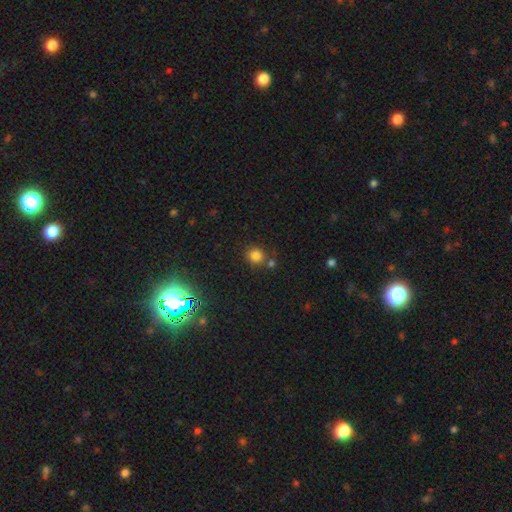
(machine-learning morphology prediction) Smooth or featured? smooth (80%)
How rounded? round (84%)
Merging? none (74%)